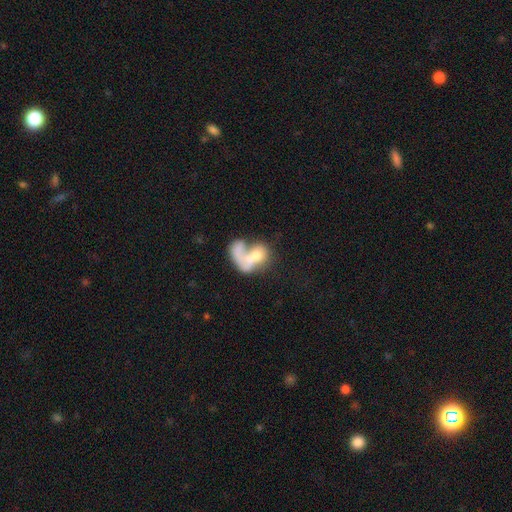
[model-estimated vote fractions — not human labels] Morphology: type=featured or disk (48%); merging=merger (61%).